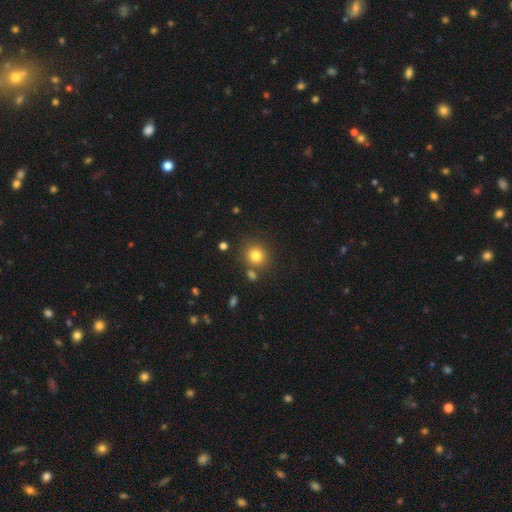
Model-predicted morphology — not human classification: Smooth or featured: smooth — 79% (star or artifact — 13%)
How rounded: round — 87% (in between — 12%)
Merging: none — 78% (merger — 10%)